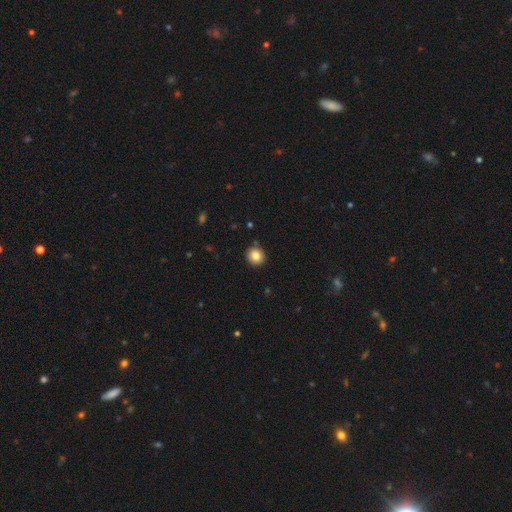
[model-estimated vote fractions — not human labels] This is clearly a smooth galaxy (83%). How rounded: clearly round (92%). Merging: clearly none (90%).